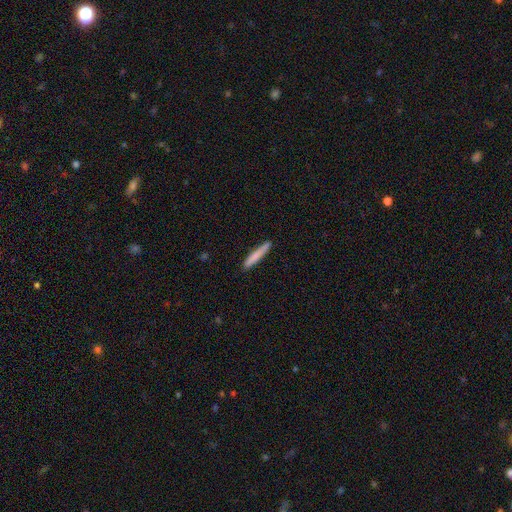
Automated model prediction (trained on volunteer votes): Smooth or featured? Predicted: smooth (p=0.76). How rounded? Predicted: cigar-shaped (p=0.94). Merging? Predicted: none (p=0.84).